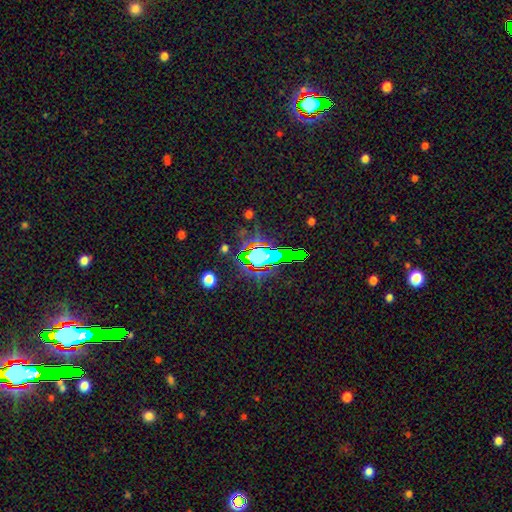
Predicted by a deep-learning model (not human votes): A star or artifact, not a galaxy (60%).

Vote fractions:
- Smooth or featured? star or artifact: 60% / smooth: 25% / featured or disk: 15%